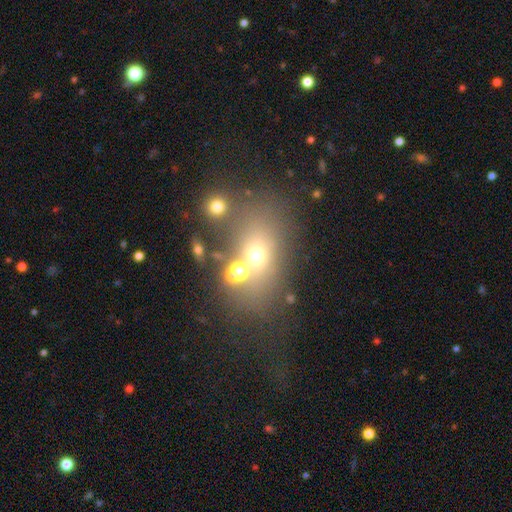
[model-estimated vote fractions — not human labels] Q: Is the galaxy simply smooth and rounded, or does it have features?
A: smooth — 56%.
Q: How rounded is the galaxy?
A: in between — 58%.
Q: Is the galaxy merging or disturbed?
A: none — 52%.